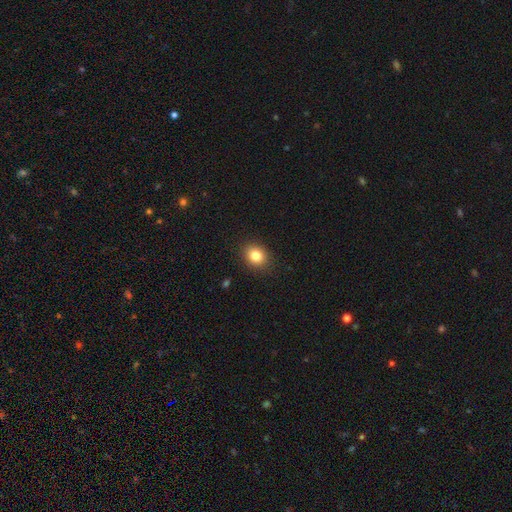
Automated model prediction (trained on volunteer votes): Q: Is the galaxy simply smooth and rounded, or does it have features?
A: smooth — 83%.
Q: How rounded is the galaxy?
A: round — 58%.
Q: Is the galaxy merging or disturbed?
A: none — 88%.